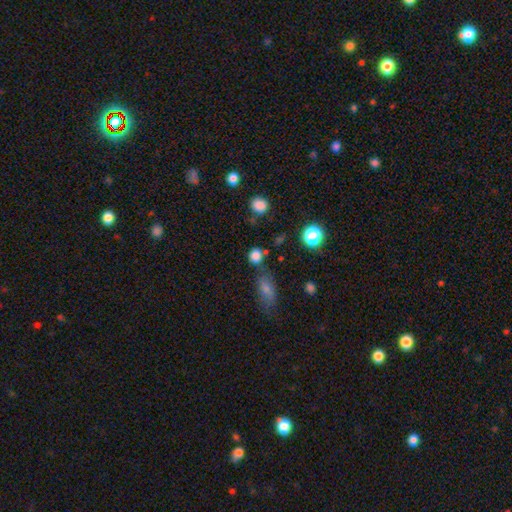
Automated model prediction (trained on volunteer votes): Q: Smooth or featured?
A: smooth (81%); runner-up: star or artifact (14%)
Q: How rounded?
A: round (81%); runner-up: in between (17%)
Q: Merging?
A: none (71%); runner-up: minor disturbance (13%)